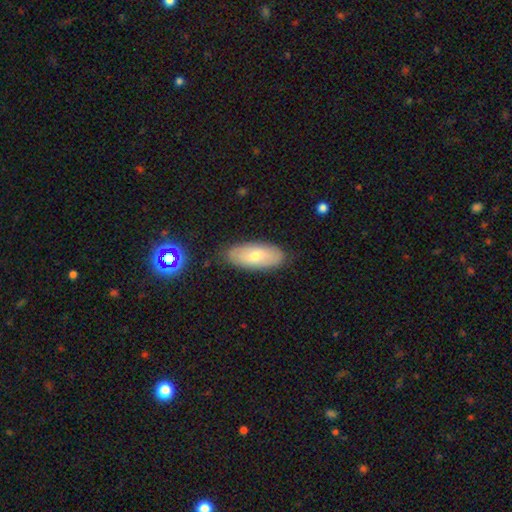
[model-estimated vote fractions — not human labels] This appears to be a smooth galaxy with no disk features (60%) that is in between round and cigar-shaped (87%). Merging: none (81%).